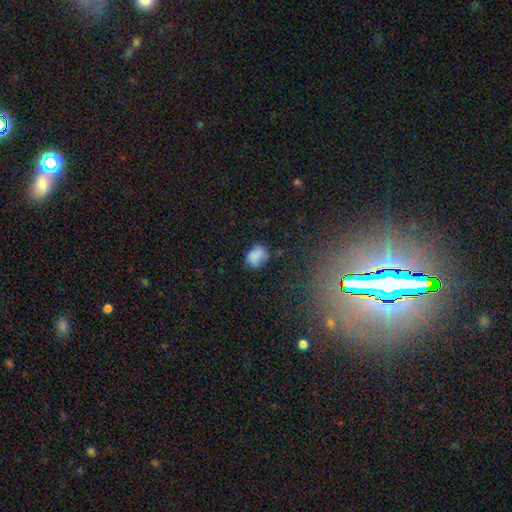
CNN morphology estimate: This appears to be a smooth galaxy with no disk features (74%) that is in between round and cigar-shaped (68%). Merging: none (57%).